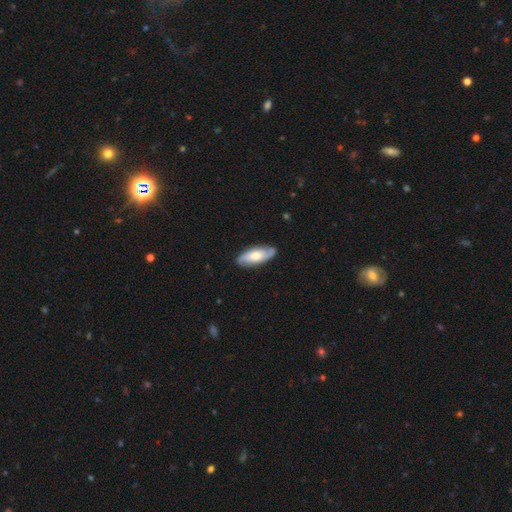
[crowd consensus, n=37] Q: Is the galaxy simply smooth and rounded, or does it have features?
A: featured or disk — 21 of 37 (57%).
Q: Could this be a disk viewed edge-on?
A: no — 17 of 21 (81%).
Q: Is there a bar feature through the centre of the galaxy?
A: no — 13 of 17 (76%).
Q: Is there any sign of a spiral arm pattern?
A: yes — 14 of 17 (82%).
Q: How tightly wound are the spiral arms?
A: tight — 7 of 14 (50%).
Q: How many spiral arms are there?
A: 2 — 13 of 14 (93%).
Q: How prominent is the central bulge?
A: moderate — 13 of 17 (76%).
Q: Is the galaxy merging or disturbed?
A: none — 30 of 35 (86%).